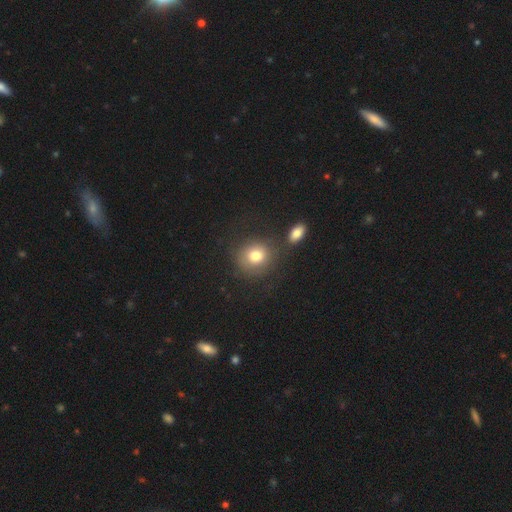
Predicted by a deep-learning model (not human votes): This is likely a smooth galaxy (78%). How rounded: likely round (78%). Merging: likely none (69%).